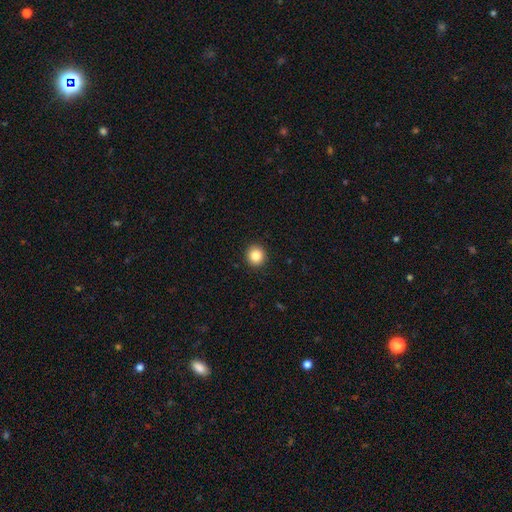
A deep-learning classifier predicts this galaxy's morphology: A smooth galaxy with no disk features (85%) that is round (92%). Merging: none (93%).